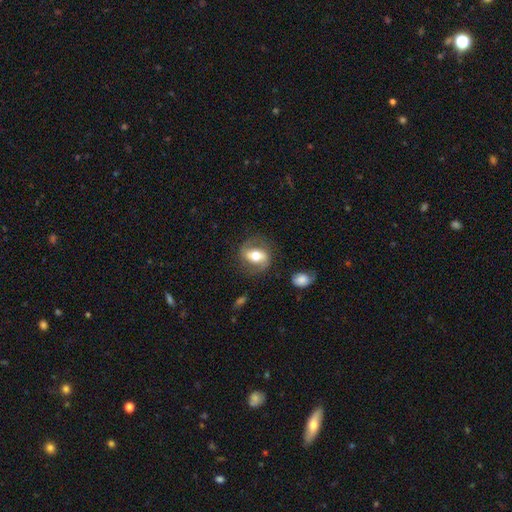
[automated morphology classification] Smooth or featured? featured or disk (60%)
Edge-on disk? no (94%)
Bar? strong (40%)
Spiral arms? yes (78%)
Bulge size? moderate (65%)
Merging? none (74%)